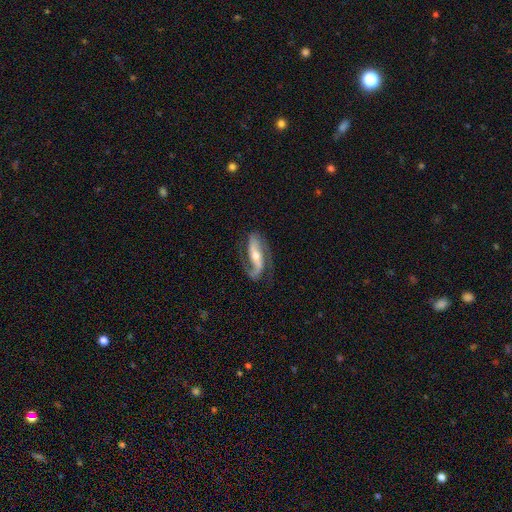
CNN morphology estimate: This is clearly a featured or disk galaxy (88%). It is clearly not viewed edge-on (93%). Bar: possibly strong (46%). Spiral arm pattern: clearly yes (96%). Spiral arm count: clearly 2 (87%). Spiral winding: marginally medium (45%). Central bulge: possibly moderate (55%). Merging: likely none (73%).